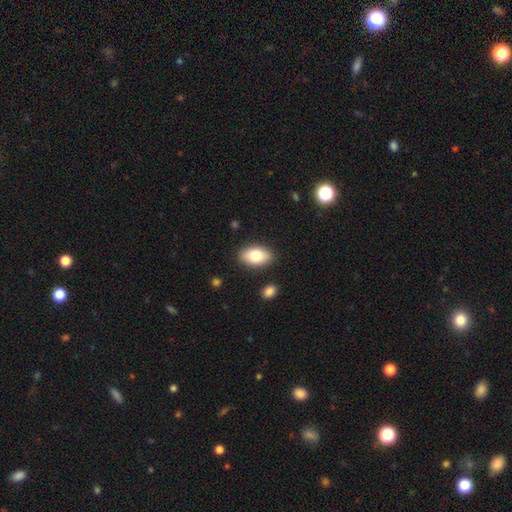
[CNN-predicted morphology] The model was most divided on "smooth or featured": smooth: 79%, featured or disk: 14%, star or artifact: 7%. More confident: how rounded — in between (91%); merging — none (87%).